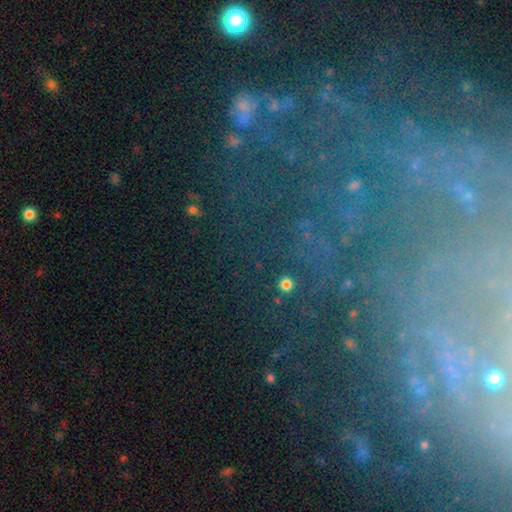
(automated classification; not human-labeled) This is marginally a star or artifact rather than a galaxy (42%, tied with featured or disk).